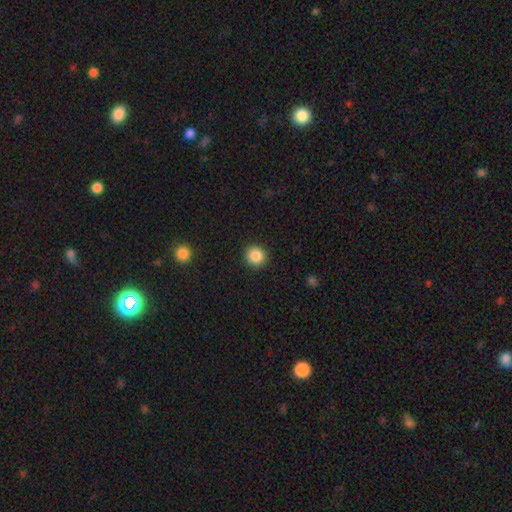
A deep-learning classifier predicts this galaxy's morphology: smooth 87%, star or artifact 9%, featured or disk 4%. Down the decision tree: how rounded — round (92%); merging — none (92%).